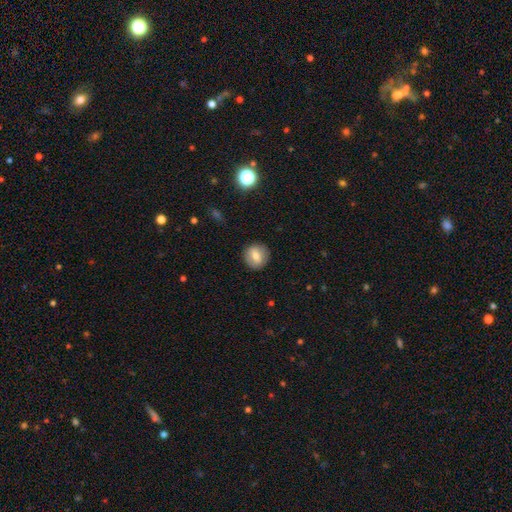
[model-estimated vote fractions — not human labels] Smooth or featured? smooth (65%)
How rounded? round (85%)
Merging? none (88%)